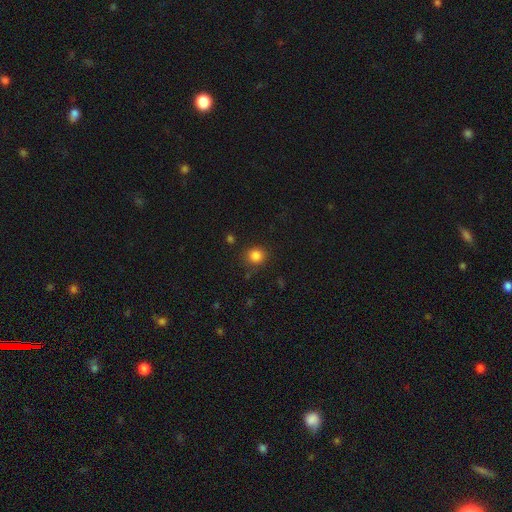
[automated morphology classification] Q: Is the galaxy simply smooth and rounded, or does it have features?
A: smooth — 84%.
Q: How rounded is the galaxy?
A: round — 88%.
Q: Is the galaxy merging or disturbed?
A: none — 85%.